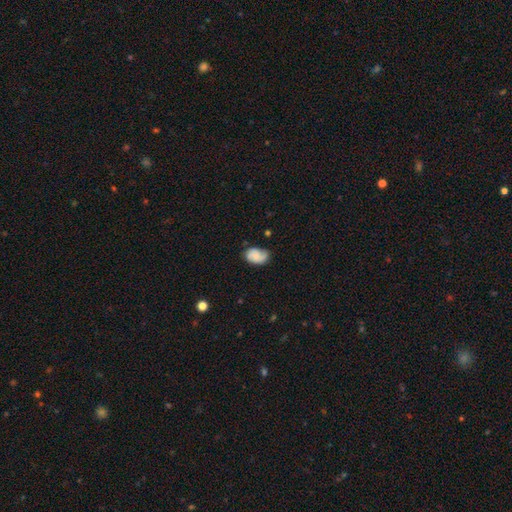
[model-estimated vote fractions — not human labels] Smooth or featured? Predicted: smooth (p=0.60). How rounded? Predicted: in between (p=0.83). Merging? Predicted: none (p=0.59).